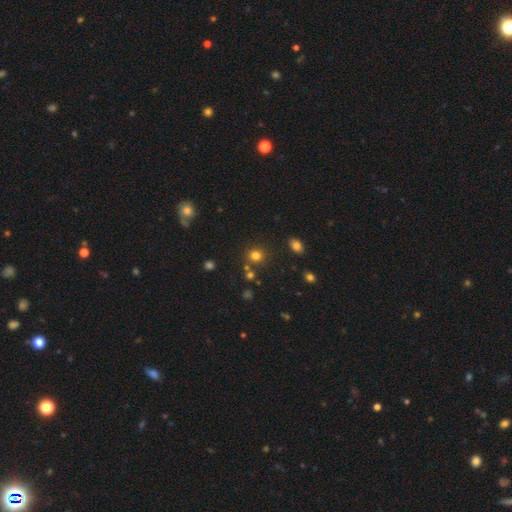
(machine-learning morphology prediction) smooth 77%, star or artifact 16%, featured or disk 7%. Down the decision tree: how rounded — round (87%); merging — none (79%).